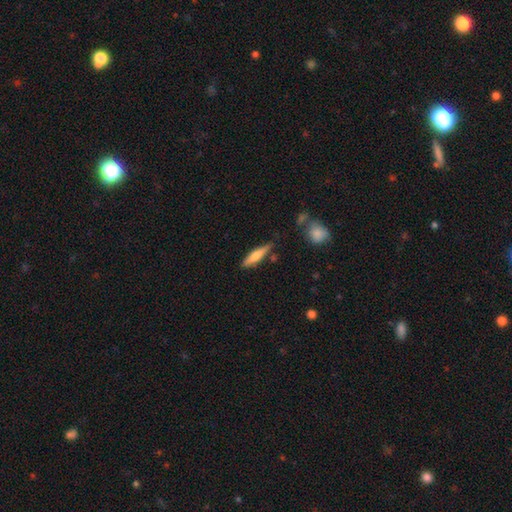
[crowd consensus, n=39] Volunteers were most divided on "smooth or featured": smooth: 56%, featured or disk: 36%, star or artifact: 8%. More confident: how rounded — cigar-shaped (77%); merging — none (72%).